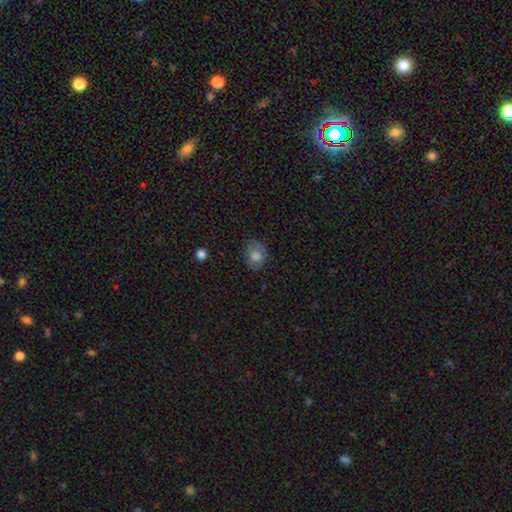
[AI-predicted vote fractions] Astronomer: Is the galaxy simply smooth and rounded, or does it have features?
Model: smooth — 74%.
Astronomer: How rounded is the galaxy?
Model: in between — 52% (runner-up: round, 47%).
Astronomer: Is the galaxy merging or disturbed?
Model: none — 75%.